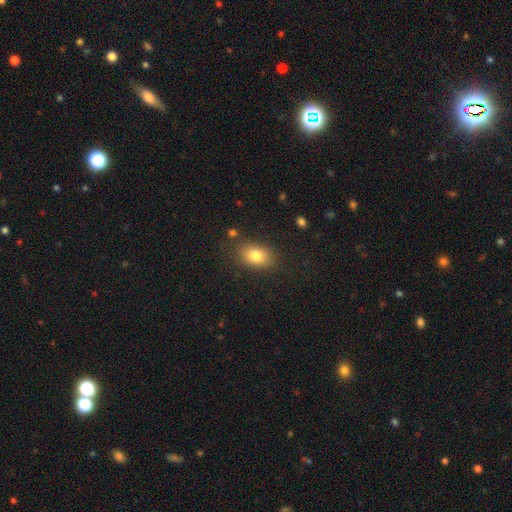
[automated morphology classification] Overall: smooth (81%). How rounded: in between (79%). Merging: none (83%).